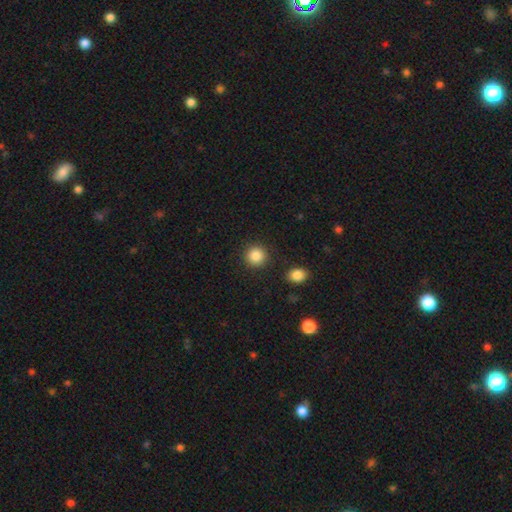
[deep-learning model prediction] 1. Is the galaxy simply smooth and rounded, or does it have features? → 87% smooth, 9% star or artifact, 4% featured or disk.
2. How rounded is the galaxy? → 93% round, 6% in between, 1% cigar-shaped.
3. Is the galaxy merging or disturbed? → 90% none, 6% minor disturbance, 2% major disturbance, 2% merger.